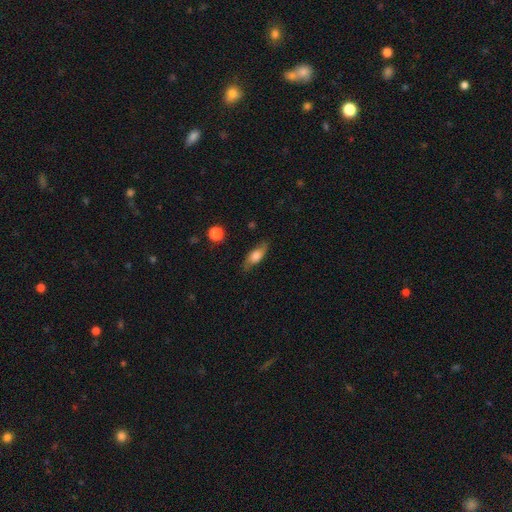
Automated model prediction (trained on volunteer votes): smooth-or-featured: smooth: 65% | featured or disk: 27% | star or artifact: 8%
  how-rounded: in between: 76% | cigar-shaped: 19% | round: 5%
  merging: none: 75% | minor disturbance: 19% | major disturbance: 4% | merger: 1%